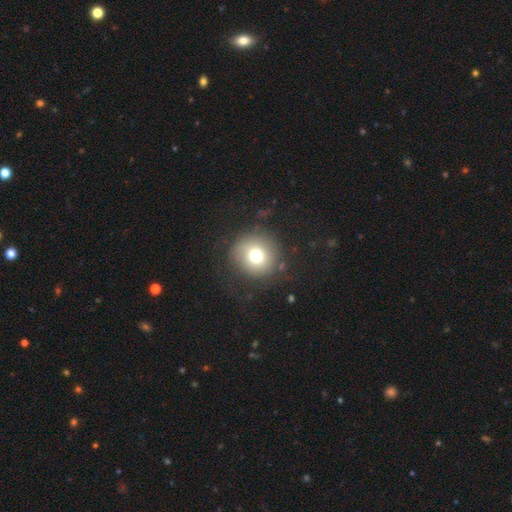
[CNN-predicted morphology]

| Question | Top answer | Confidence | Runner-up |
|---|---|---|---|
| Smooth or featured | smooth | 72% | featured or disk (14%) |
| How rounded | round | 94% | in between (5%) |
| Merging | none | 83% | minor disturbance (10%) |